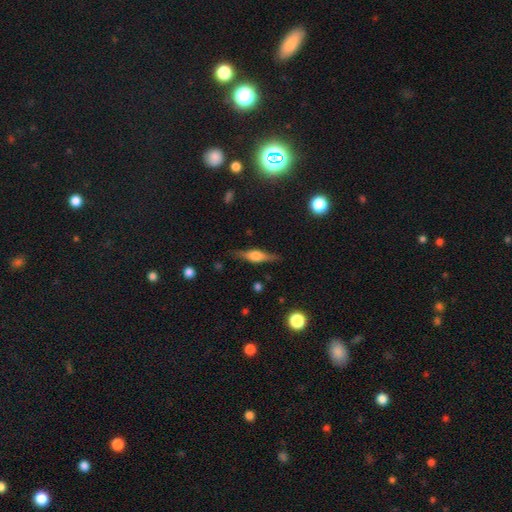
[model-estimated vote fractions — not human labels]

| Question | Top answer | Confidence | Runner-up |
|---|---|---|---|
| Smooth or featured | featured or disk | 68% | smooth (25%) |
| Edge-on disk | yes | 96% | no (4%) |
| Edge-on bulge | rounded | 85% | boxy (12%) |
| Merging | none | 86% | minor disturbance (10%) |